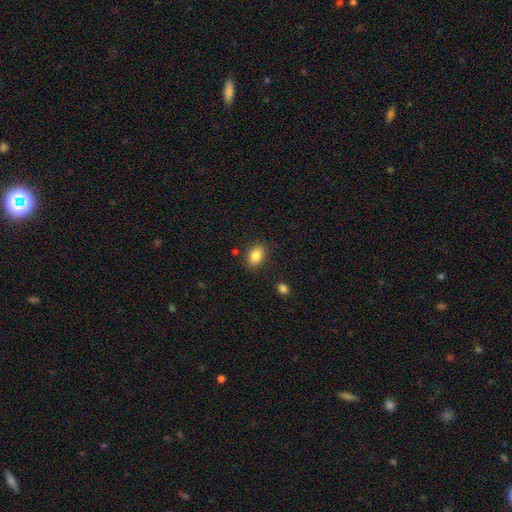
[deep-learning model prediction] A smooth galaxy with no disk features (85%) that is in between round and cigar-shaped (81%). Merging: none (83%).